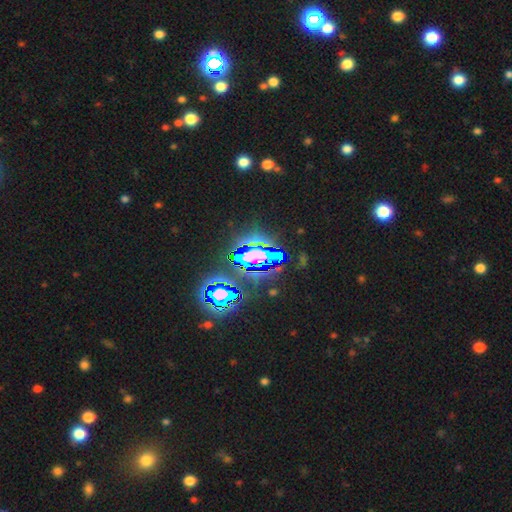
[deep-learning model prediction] Smooth or featured: star or artifact — 75% (smooth — 13%)